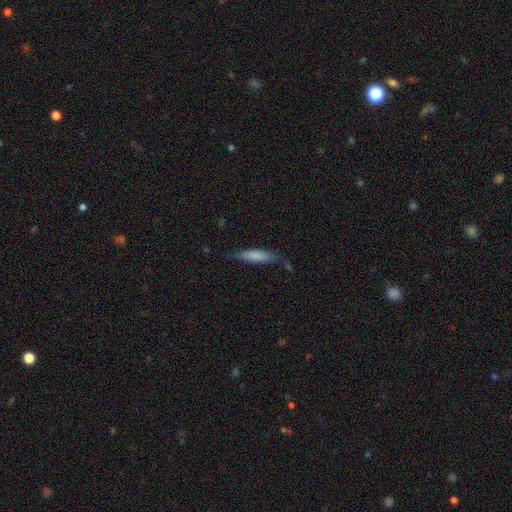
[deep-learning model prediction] Q: Smooth or featured?
A: smooth (78%); runner-up: featured or disk (16%)
Q: How rounded?
A: cigar-shaped (72%); runner-up: in between (26%)
Q: Merging?
A: none (67%); runner-up: minor disturbance (24%)